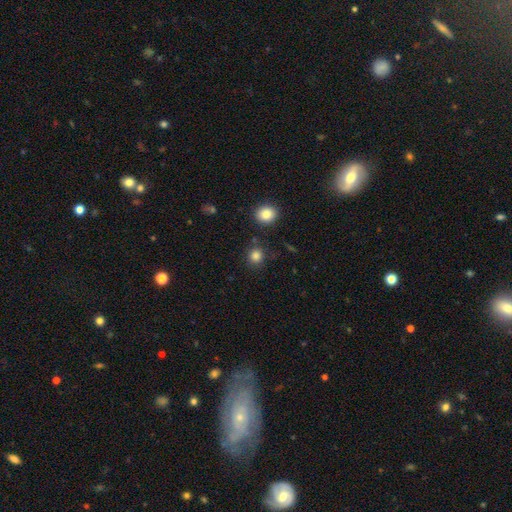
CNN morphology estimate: The model was most divided on "smooth or featured": smooth: 84%, star or artifact: 12%, featured or disk: 4%. More confident: how rounded — round (88%); merging — none (84%).